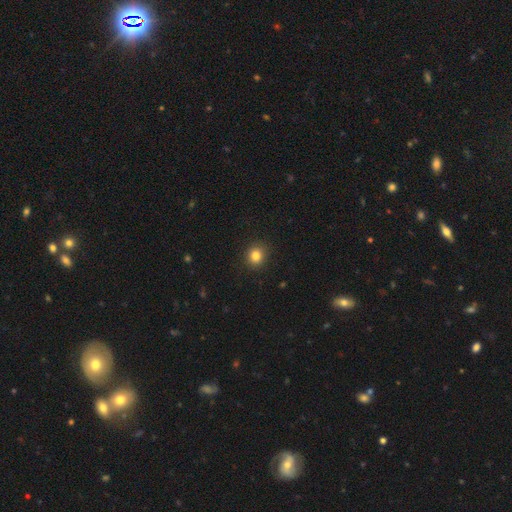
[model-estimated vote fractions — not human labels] Smooth or featured? smooth (83%)
How rounded? round (83%)
Merging? none (91%)